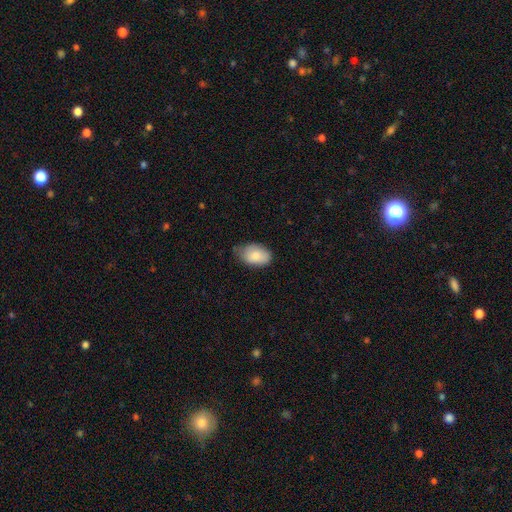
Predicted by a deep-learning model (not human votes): The model was most divided on "merging": none: 62%, minor disturbance: 32%, major disturbance: 5%, merger: 1%. More confident: how rounded — in between (92%); smooth or featured — smooth (85%).